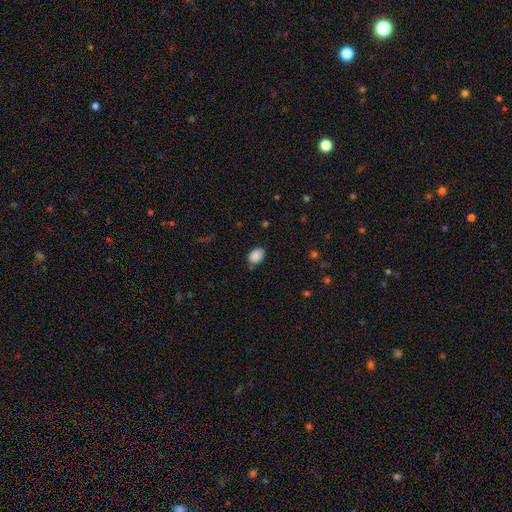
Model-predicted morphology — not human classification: Smooth or featured: smooth — 88% (star or artifact — 8%)
How rounded: in between — 78% (round — 21%)
Merging: none — 76% (minor disturbance — 19%)